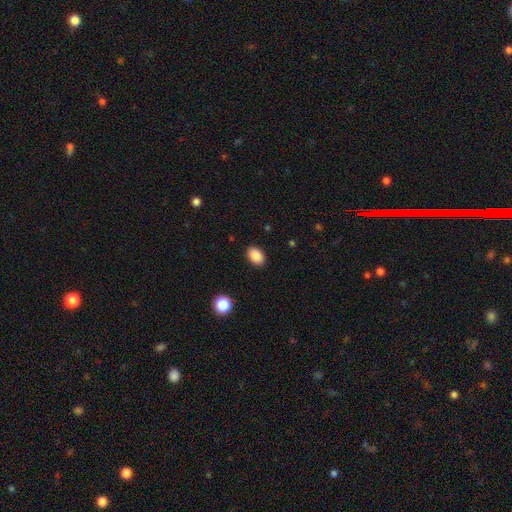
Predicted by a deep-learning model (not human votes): A smooth galaxy with no disk features (88%) that is in between round and cigar-shaped (83%).

Vote fractions:
- Smooth or featured? smooth: 88% / star or artifact: 9% / featured or disk: 3%
- How rounded? in between: 83% / round: 16% / cigar-shaped: 1%
- Merging? none: 89% / minor disturbance: 8% / major disturbance: 2% / merger: 1%